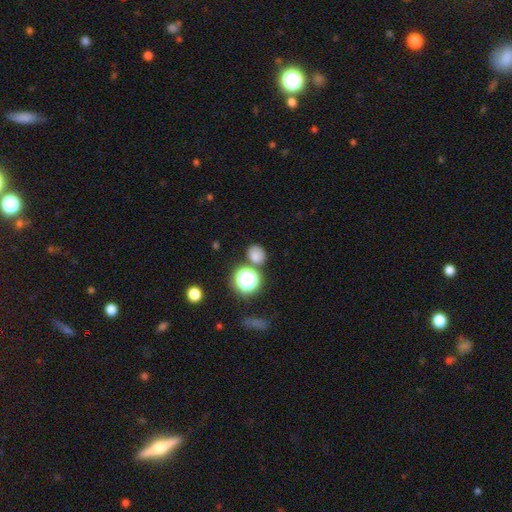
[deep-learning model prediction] Smooth or featured: smooth — 73% (star or artifact — 20%)
How rounded: round — 68% (in between — 31%)
Merging: none — 74% (merger — 12%)